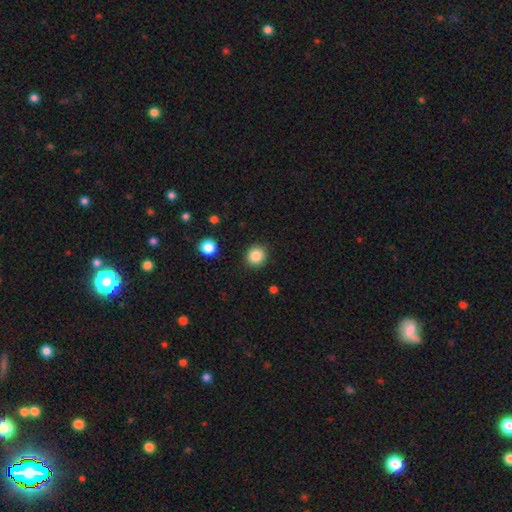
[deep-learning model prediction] A smooth galaxy with no disk features (86%) that is round (89%).

Vote fractions:
- Smooth or featured? smooth: 86% / star or artifact: 10% / featured or disk: 4%
- How rounded? round: 89% / in between: 10% / cigar-shaped: 1%
- Merging? none: 90% / minor disturbance: 6% / major disturbance: 2% / merger: 1%